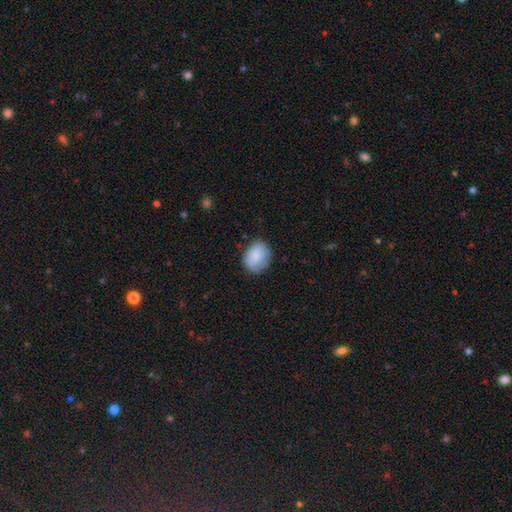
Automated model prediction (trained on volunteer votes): This is likely a smooth galaxy (78%). How rounded: possibly in between (55%). Merging: likely none (69%).